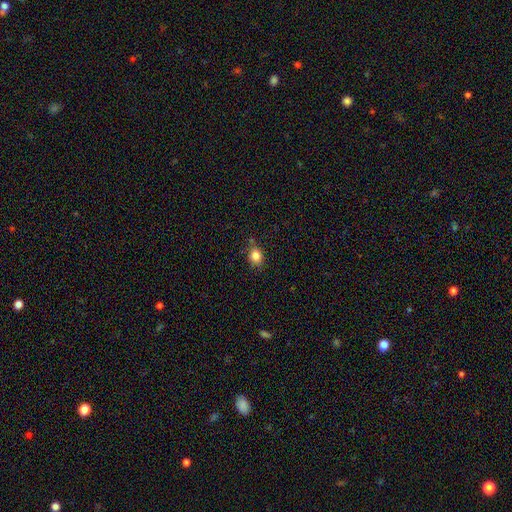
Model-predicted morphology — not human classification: Smooth or featured: smooth — 84% (star or artifact — 11%)
How rounded: round — 59% (in between — 40%)
Merging: none — 76% (minor disturbance — 17%)